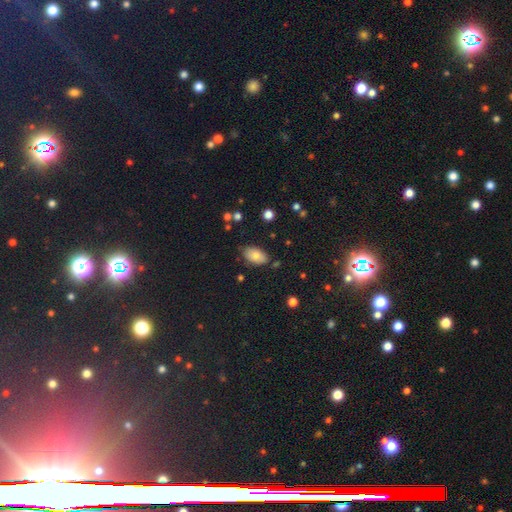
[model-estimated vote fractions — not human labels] This appears to be a smooth galaxy with no disk features (77%) that is in between round and cigar-shaped (91%). Merging: none (79%).